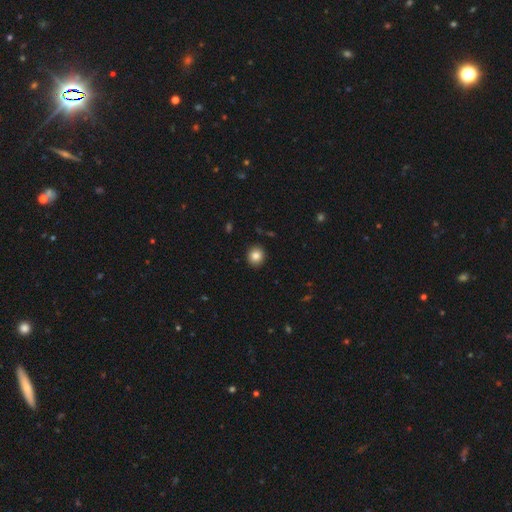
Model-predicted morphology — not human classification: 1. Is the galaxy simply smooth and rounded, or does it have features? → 84% smooth, 10% star or artifact, 6% featured or disk.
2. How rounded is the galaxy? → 87% round, 12% in between, 1% cigar-shaped.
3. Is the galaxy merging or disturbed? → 92% none, 6% minor disturbance, 2% major disturbance, 1% merger.